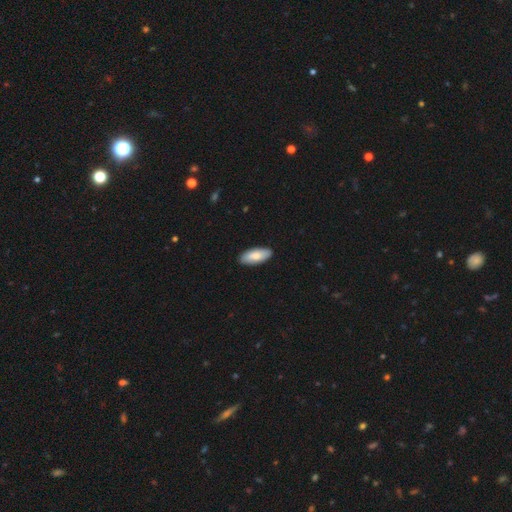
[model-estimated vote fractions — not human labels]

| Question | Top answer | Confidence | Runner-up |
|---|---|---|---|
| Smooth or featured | smooth | 81% | featured or disk (14%) |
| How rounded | in between | 82% | cigar-shaped (17%) |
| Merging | none | 89% | minor disturbance (9%) |